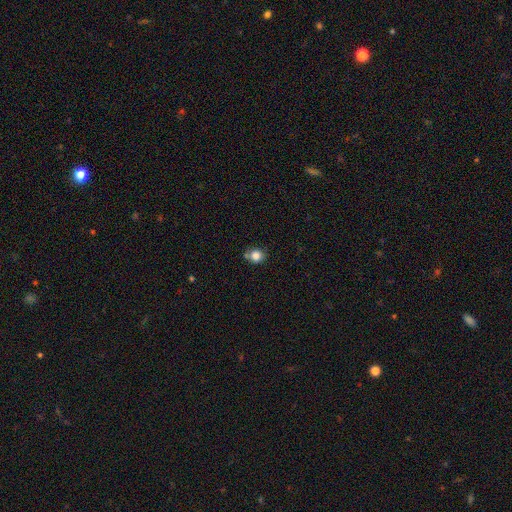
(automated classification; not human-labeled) A smooth galaxy with no disk features (83%) that is round (78%). Merging: none (69%).